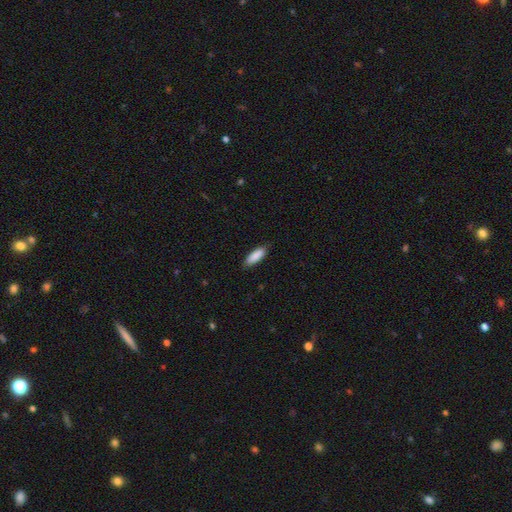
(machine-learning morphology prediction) type=smooth (89%); roundness=in between (54%); merging=none (86%).